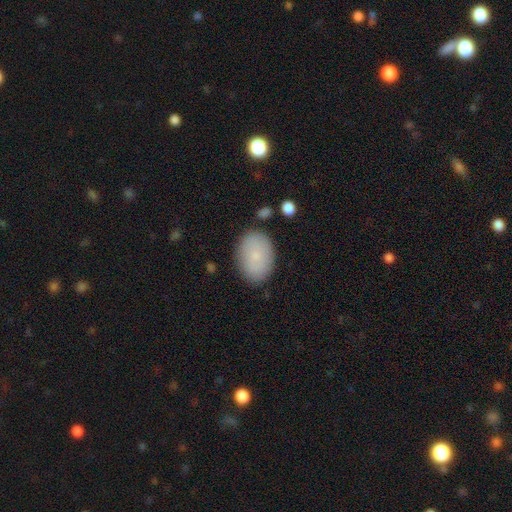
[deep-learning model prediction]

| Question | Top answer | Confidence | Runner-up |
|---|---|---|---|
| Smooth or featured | smooth | 82% | featured or disk (11%) |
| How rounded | in between | 85% | round (14%) |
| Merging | none | 84% | minor disturbance (11%) |